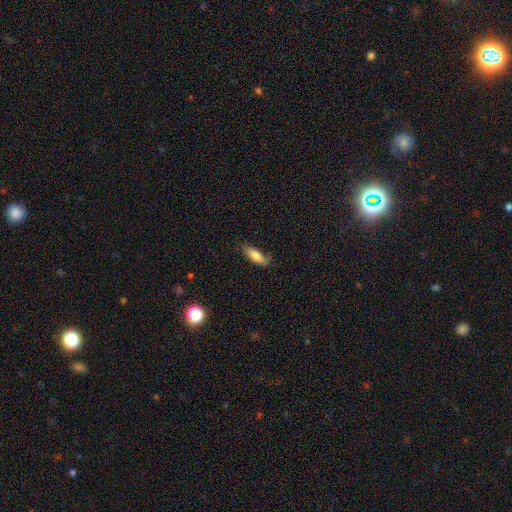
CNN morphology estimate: smooth-or-featured: smooth: 73% | featured or disk: 20% | star or artifact: 7%
  how-rounded: in between: 56% | cigar-shaped: 41% | round: 2%
  merging: none: 71% | minor disturbance: 22% | major disturbance: 5% | merger: 2%